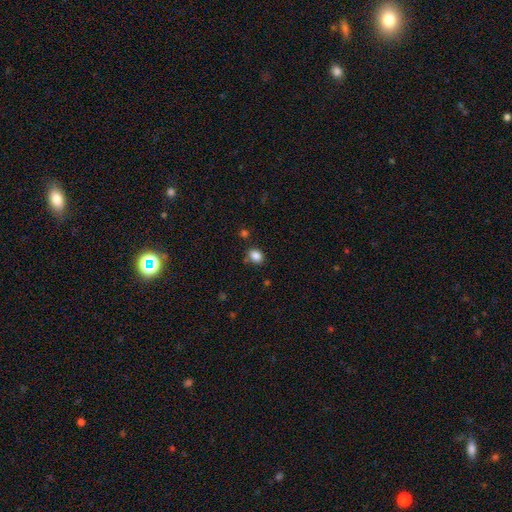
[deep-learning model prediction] Q: Smooth or featured?
A: smooth (85%); runner-up: star or artifact (10%)
Q: How rounded?
A: in between (56%); runner-up: round (43%)
Q: Merging?
A: none (77%); runner-up: minor disturbance (14%)